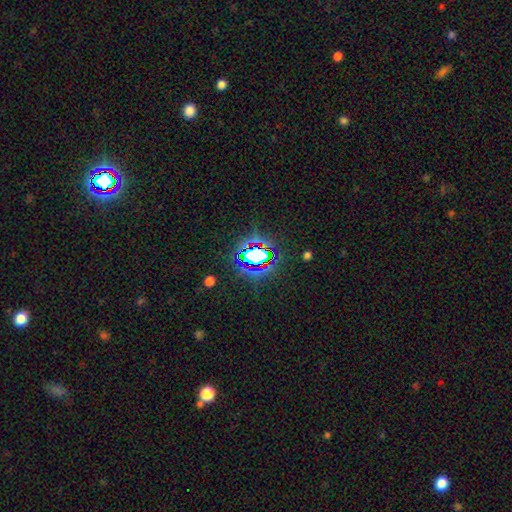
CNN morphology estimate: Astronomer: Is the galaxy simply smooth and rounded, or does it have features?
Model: star or artifact — 69%.